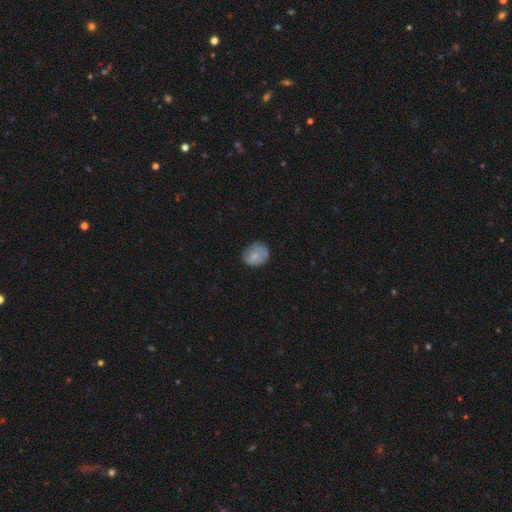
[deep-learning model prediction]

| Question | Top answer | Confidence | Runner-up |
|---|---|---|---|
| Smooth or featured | smooth | 67% | featured or disk (25%) |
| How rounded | round | 62% | in between (37%) |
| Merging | none | 67% | minor disturbance (25%) |